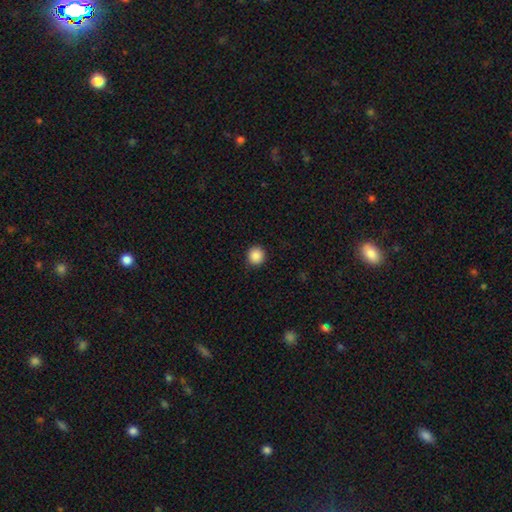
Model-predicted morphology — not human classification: Smooth or featured? smooth (88%)
How rounded? round (94%)
Merging? none (92%)